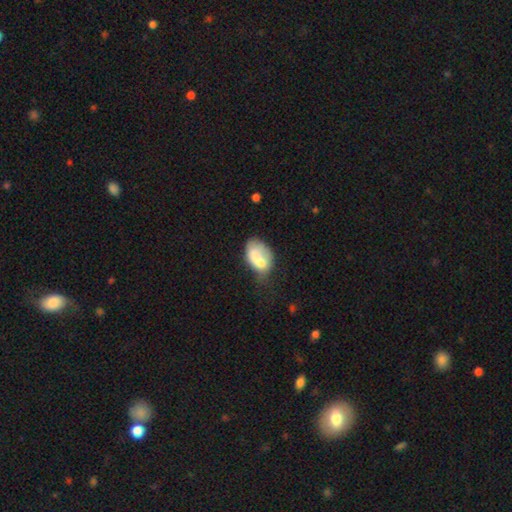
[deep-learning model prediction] Smooth or featured? smooth (65%)
How rounded? in between (88%)
Merging? merger (28%)